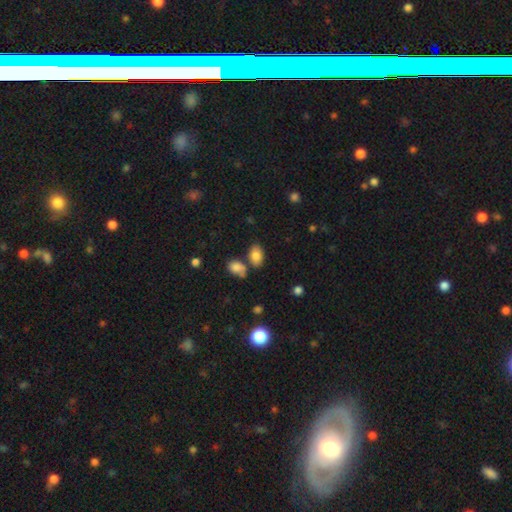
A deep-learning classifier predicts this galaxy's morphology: smooth-or-featured: smooth: 83% | star or artifact: 10% | featured or disk: 8%
  how-rounded: in between: 89% | round: 9% | cigar-shaped: 2%
  merging: none: 65% | merger: 17% | minor disturbance: 13% | major disturbance: 4%